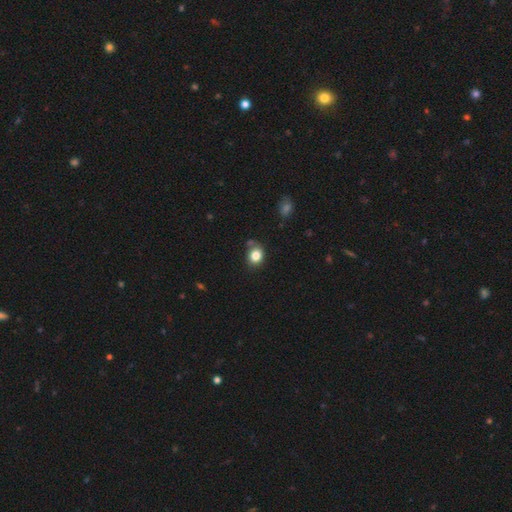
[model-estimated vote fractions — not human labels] This is clearly a smooth galaxy (83%). How rounded: likely round (62%). Merging: likely none (71%).